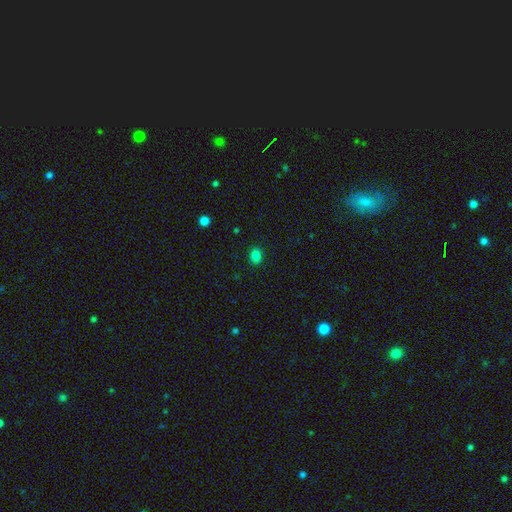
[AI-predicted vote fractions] Morphology: type=smooth (83%); roundness=in between (52%); merging=none (89%).